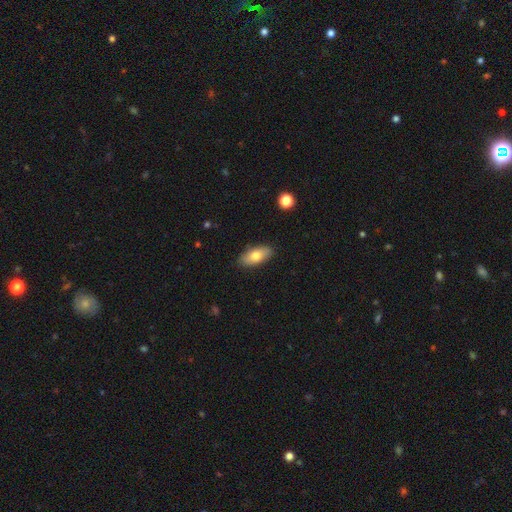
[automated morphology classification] Smooth or featured? Predicted: smooth (p=0.75). How rounded? Predicted: in between (p=0.86). Merging? Predicted: none (p=0.87).